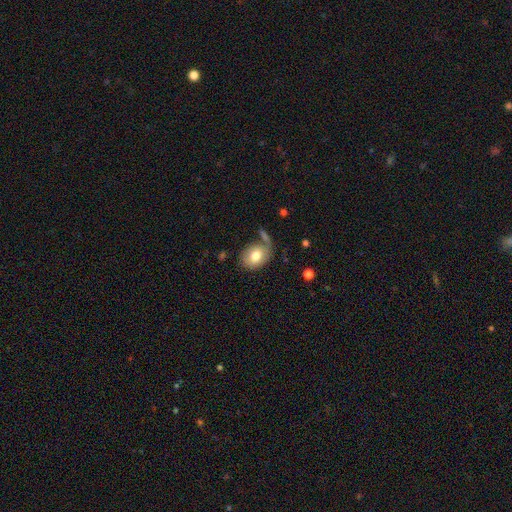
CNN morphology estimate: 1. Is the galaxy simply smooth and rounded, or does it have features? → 77% smooth, 16% featured or disk, 7% star or artifact.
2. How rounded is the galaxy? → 70% in between, 29% round, 1% cigar-shaped.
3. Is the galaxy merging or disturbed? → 59% none, 19% minor disturbance, 13% merger, 9% major disturbance.